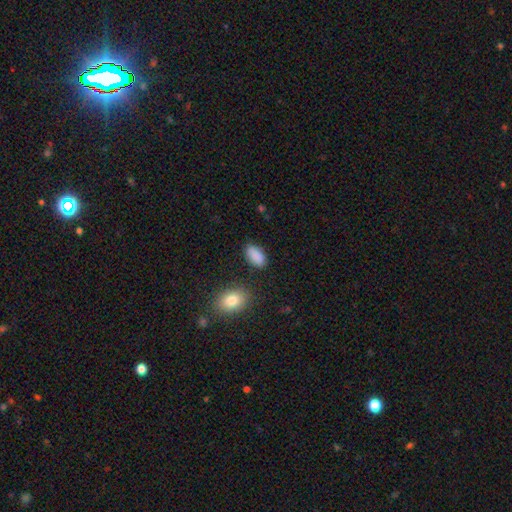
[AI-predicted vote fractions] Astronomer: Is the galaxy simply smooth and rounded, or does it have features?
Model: smooth — 88%.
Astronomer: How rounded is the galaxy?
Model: in between — 93%.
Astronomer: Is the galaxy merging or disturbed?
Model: none — 82%.